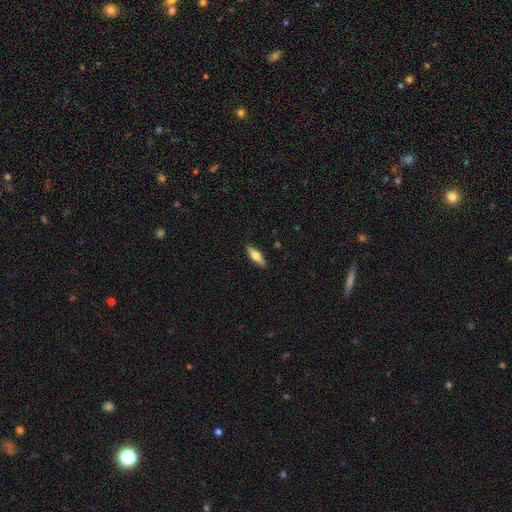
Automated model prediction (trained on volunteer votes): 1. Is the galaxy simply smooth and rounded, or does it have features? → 56% smooth, 38% featured or disk, 6% star or artifact.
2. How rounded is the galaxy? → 52% in between, 46% cigar-shaped, 3% round.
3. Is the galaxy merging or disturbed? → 89% none, 9% minor disturbance, 2% major disturbance, 1% merger.